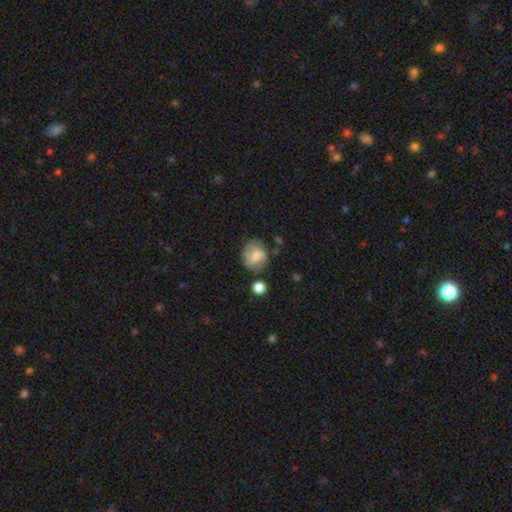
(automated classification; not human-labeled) Smooth or featured? smooth (58%)
How rounded? round (65%)
Merging? none (63%)